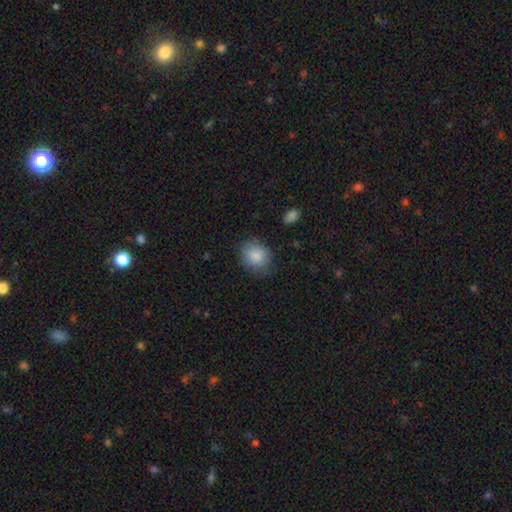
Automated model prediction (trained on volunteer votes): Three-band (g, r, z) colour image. It shows a smooth galaxy with no disk features (86%) that is round (65%). Merging: none (77%).